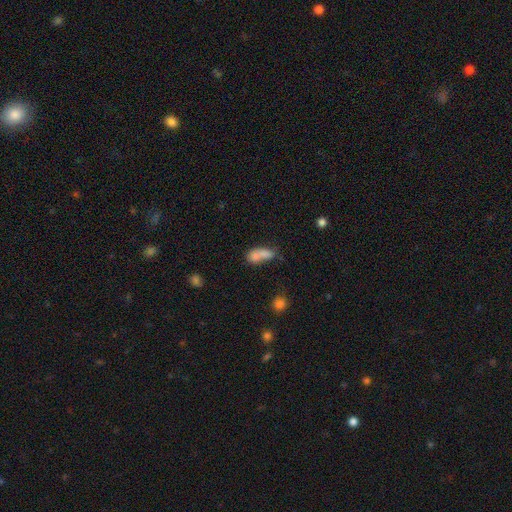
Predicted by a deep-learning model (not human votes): smooth-or-featured: smooth: 75% | featured or disk: 15% | star or artifact: 11%
  how-rounded: in between: 75% | cigar-shaped: 14% | round: 11%
  merging: merger: 47% | none: 27% | minor disturbance: 15% | major disturbance: 10%